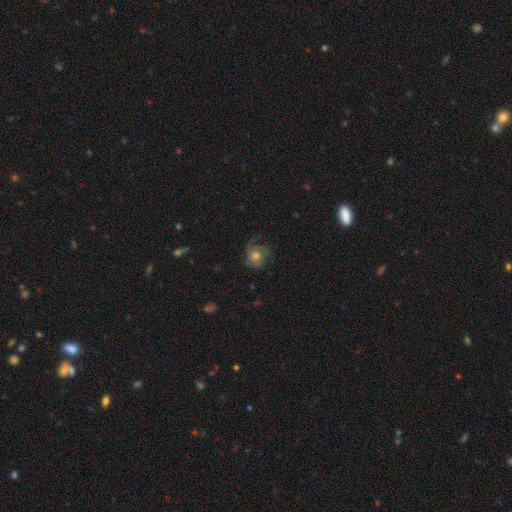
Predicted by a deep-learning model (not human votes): This appears to be a featured or disk galaxy (53%) with no bar (80%), spiral arms (86%) and a moderate central bulge (64%). Merging: none (63%).